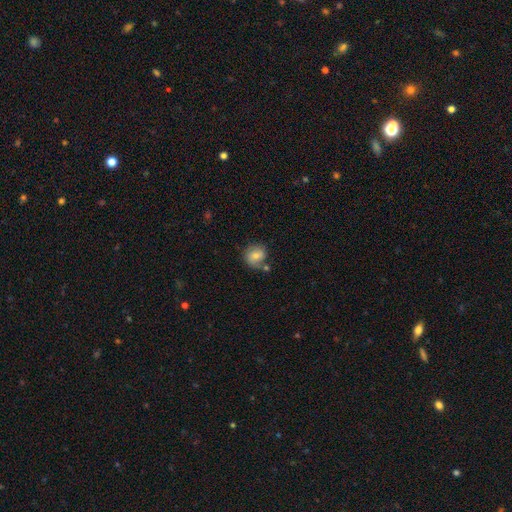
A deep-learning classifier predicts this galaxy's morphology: smooth-or-featured: smooth: 70% | featured or disk: 21% | star or artifact: 9%
  how-rounded: round: 77% | in between: 22% | cigar-shaped: 1%
  merging: none: 60% | minor disturbance: 20% | merger: 13% | major disturbance: 7%